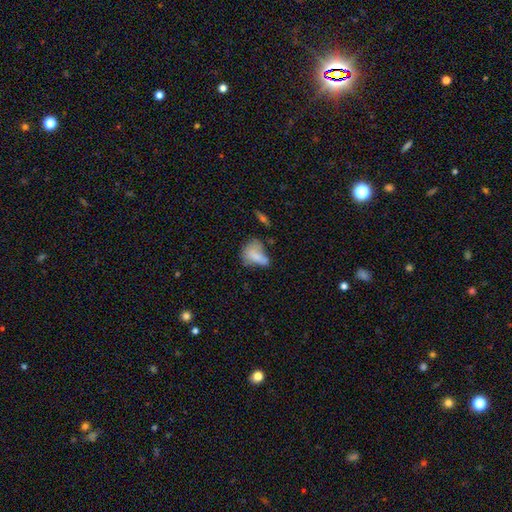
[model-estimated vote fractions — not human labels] smooth-or-featured: smooth: 72% | featured or disk: 17% | star or artifact: 10%
  how-rounded: in between: 81% | round: 14% | cigar-shaped: 5%
  merging: minor disturbance: 30% | none: 29% | major disturbance: 27% | merger: 14%